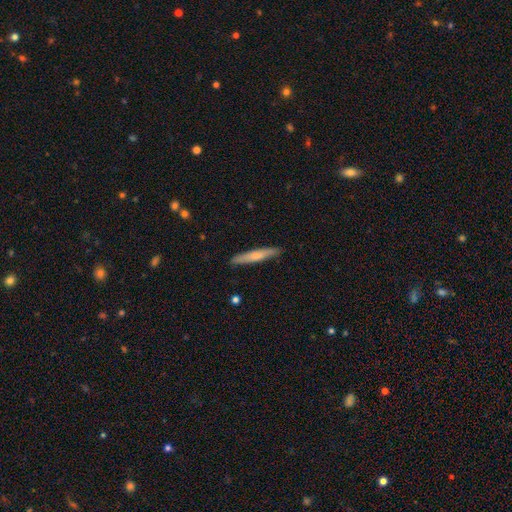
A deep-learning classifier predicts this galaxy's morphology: Smooth or featured? smooth (59%)
How rounded? cigar-shaped (93%)
Merging? none (89%)